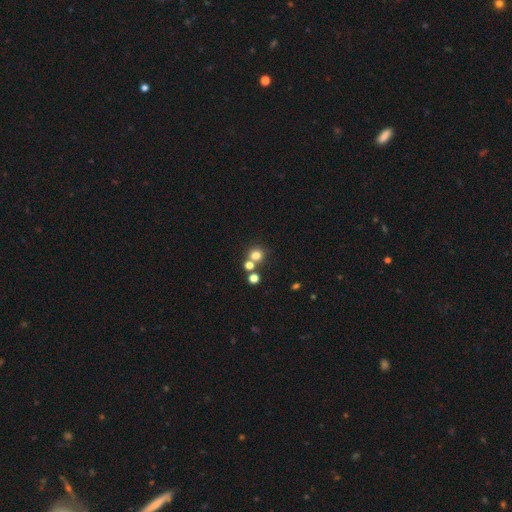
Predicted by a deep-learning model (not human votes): smooth_or_featured: smooth (p=0.74) [alt: star or artifact p=0.17]
how_rounded: round (p=0.86) [alt: in between p=0.13]
merging: none (p=0.59) [alt: merger p=0.29]